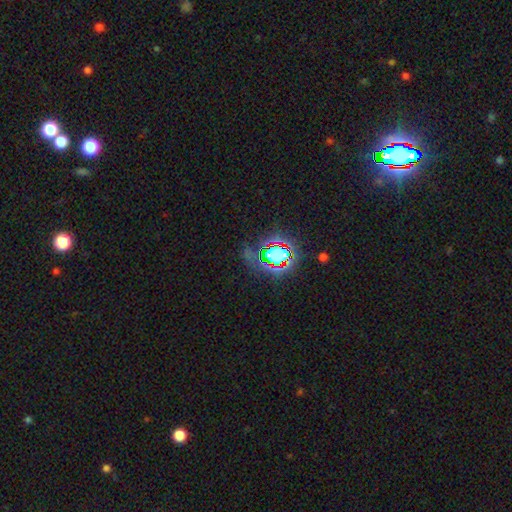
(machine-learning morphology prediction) This appears to be a star or artifact, not a galaxy (78%).